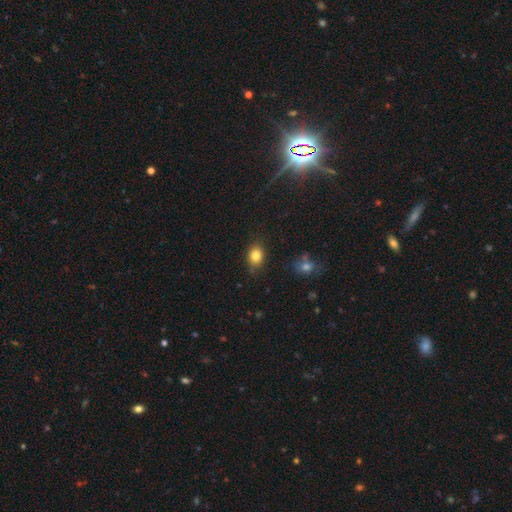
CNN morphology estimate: Smooth or featured? smooth (83%)
How rounded? in between (62%)
Merging? none (81%)